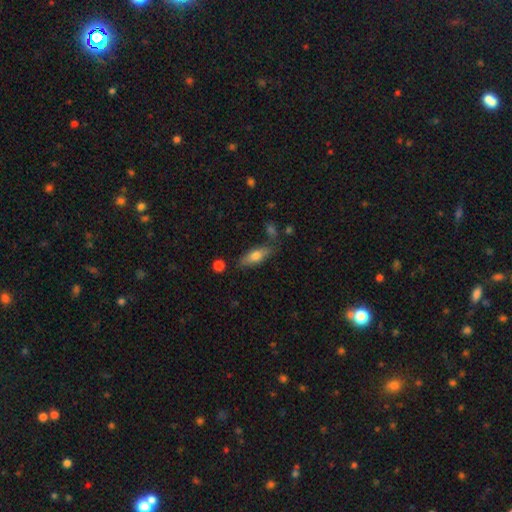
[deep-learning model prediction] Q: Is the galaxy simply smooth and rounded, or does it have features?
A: smooth — 69%.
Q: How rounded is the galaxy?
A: in between — 61%.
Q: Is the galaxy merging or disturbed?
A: none — 74%.